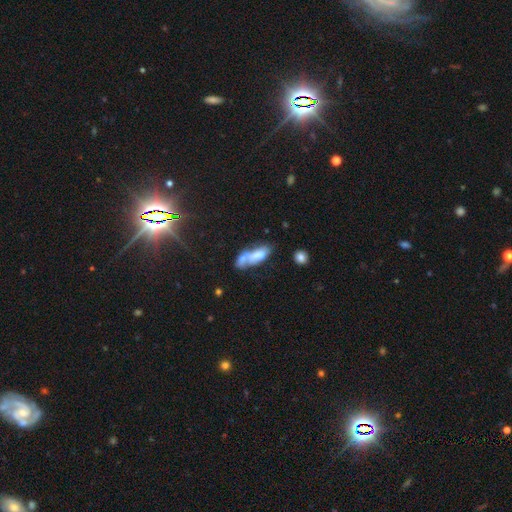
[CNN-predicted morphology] smooth 61%, featured or disk 29%, star or artifact 10%. Down the decision tree: how rounded — in between (73%); merging — merger (53%).